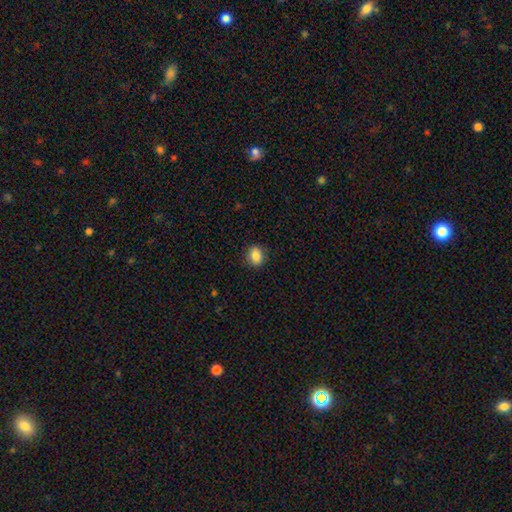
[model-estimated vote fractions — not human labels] This is clearly a smooth galaxy (85%). How rounded: possibly in between (53%). Merging: clearly none (87%).